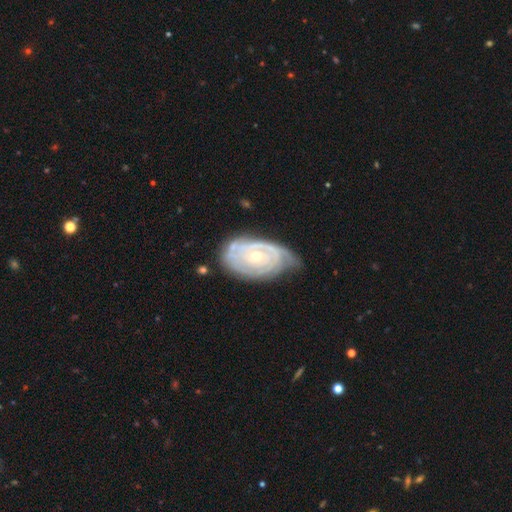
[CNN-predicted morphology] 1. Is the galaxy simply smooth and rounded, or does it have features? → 83% featured or disk, 12% smooth, 5% star or artifact.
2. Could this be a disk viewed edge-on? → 96% no, 4% yes.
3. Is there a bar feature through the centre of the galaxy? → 74% no, 21% weak, 5% strong.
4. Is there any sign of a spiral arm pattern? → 89% yes, 11% no.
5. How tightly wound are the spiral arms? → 78% tight, 17% medium, 5% loose.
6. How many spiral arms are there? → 43% can't tell, 27% 2, 13% 3, 7% 1, 5% 4, 4% more than 4.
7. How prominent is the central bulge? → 57% small, 40% moderate, 1% large, 1% none, 1% dominant.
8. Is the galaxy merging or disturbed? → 52% none, 32% minor disturbance, 12% major disturbance, 3% merger.